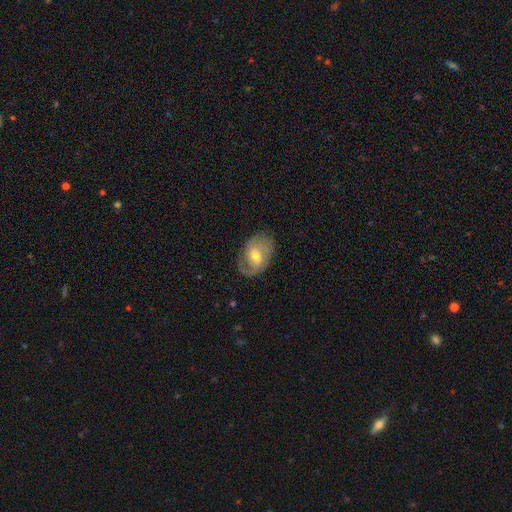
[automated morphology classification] A featured or disk galaxy (67%) with a weak bar (47%), 2 (48%) medium (41%) spiral arms (85%) and a moderate central bulge (68%). Merging: none (67%).